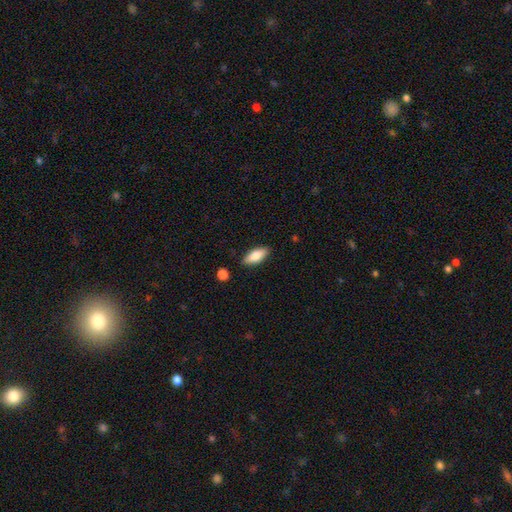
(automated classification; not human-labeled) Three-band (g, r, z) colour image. It shows a smooth galaxy with no disk features (79%) that is in between round and cigar-shaped (80%). Merging: none (86%).